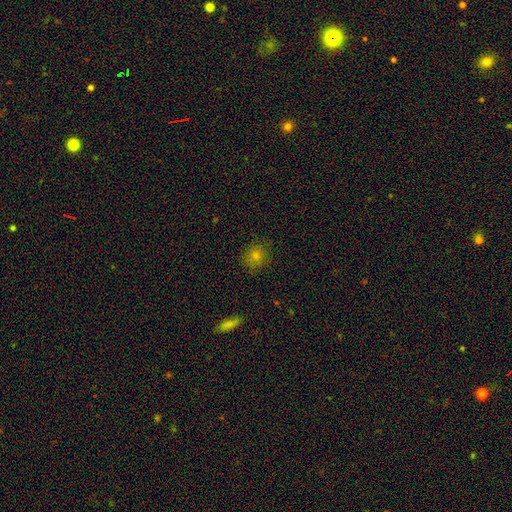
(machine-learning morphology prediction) smooth-or-featured: smooth: 74% | star or artifact: 19% | featured or disk: 8%
  how-rounded: round: 86% | in between: 13% | cigar-shaped: 1%
  merging: none: 87% | minor disturbance: 10% | major disturbance: 2% | merger: 1%